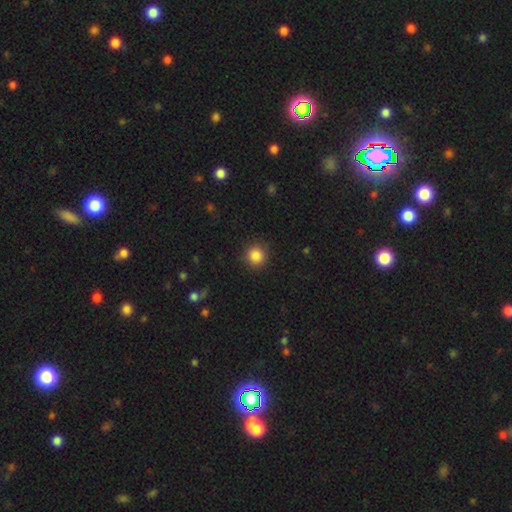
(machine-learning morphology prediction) Overall: smooth (86%). How rounded: round (93%). Merging: none (89%).